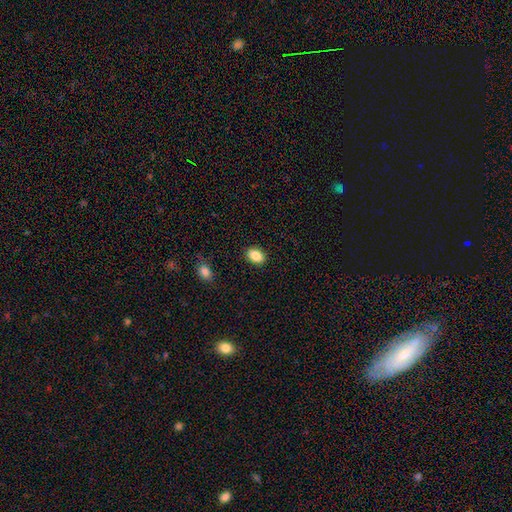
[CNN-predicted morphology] A smooth galaxy with no disk features (88%) that is in between round and cigar-shaped (85%). Merging: none (88%).